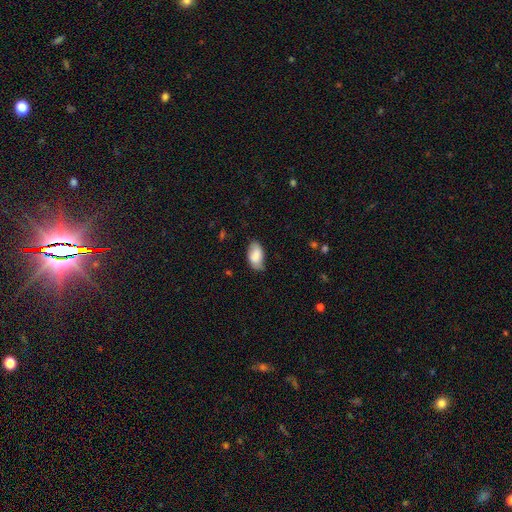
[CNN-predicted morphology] smooth 82%, featured or disk 12%, star or artifact 6%. Down the decision tree: how rounded — in between (95%); merging — none (68%).